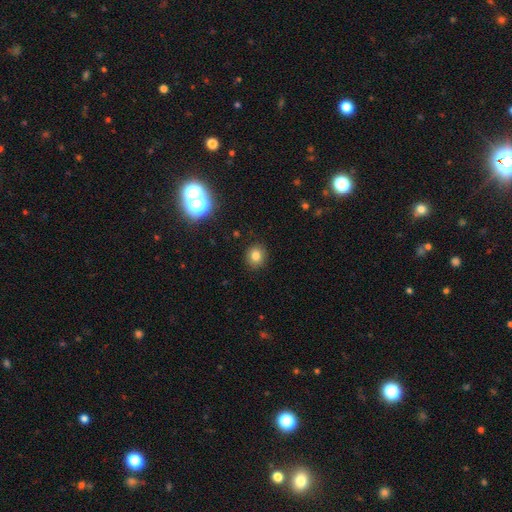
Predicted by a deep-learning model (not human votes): smooth 79%, star or artifact 14%, featured or disk 7%. Down the decision tree: how rounded — round (81%); merging — none (90%).